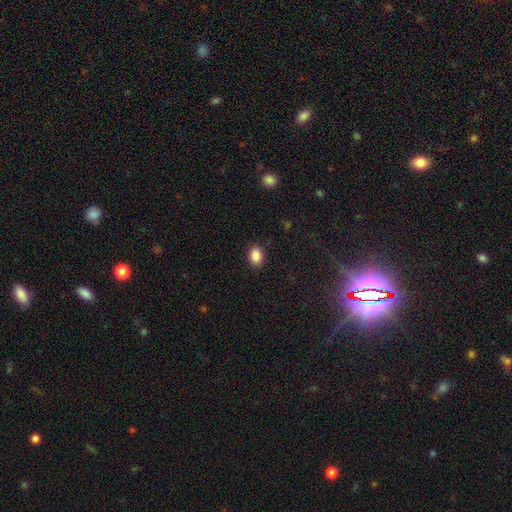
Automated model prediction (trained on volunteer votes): Smooth or featured: smooth — 87% (star or artifact — 9%)
How rounded: in between — 71% (round — 28%)
Merging: none — 88% (minor disturbance — 8%)